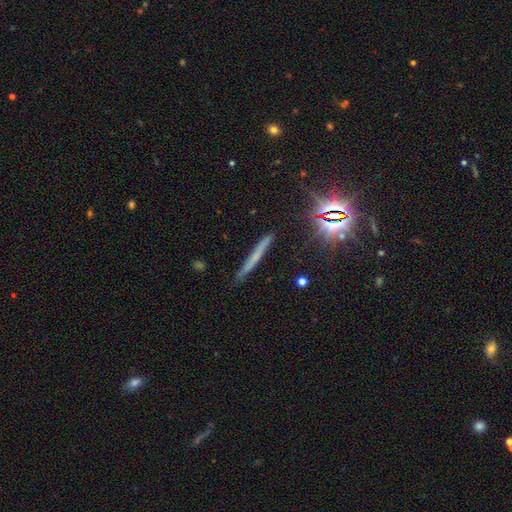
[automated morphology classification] A smooth galaxy with no disk features (46%).

Vote fractions:
- Smooth or featured? smooth: 46% / featured or disk: 34% / star or artifact: 20%
- Merging? none: 83% / minor disturbance: 12% / major disturbance: 2% / merger: 2%